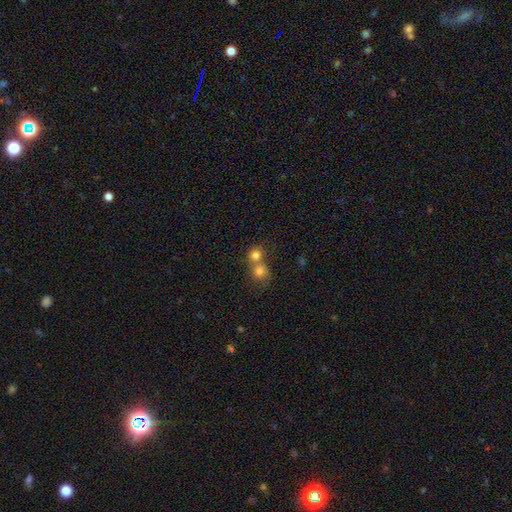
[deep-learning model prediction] Morphology: type=smooth (77%); roundness=round (82%); merging=merger (62%).